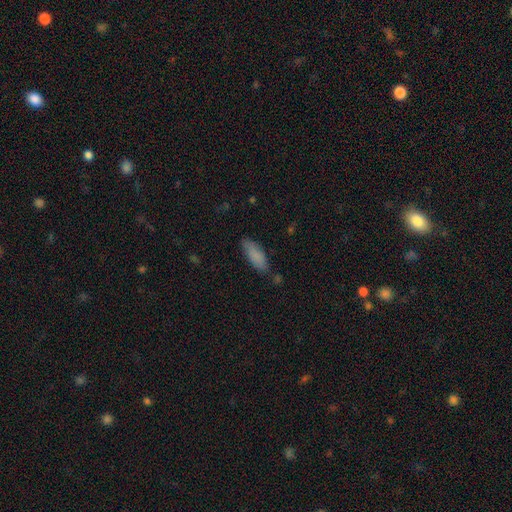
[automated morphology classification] smooth-or-featured: smooth: 85% | featured or disk: 9% | star or artifact: 7%
  how-rounded: in between: 66% | cigar-shaped: 32% | round: 2%
  merging: none: 77% | minor disturbance: 17% | major disturbance: 3% | merger: 3%